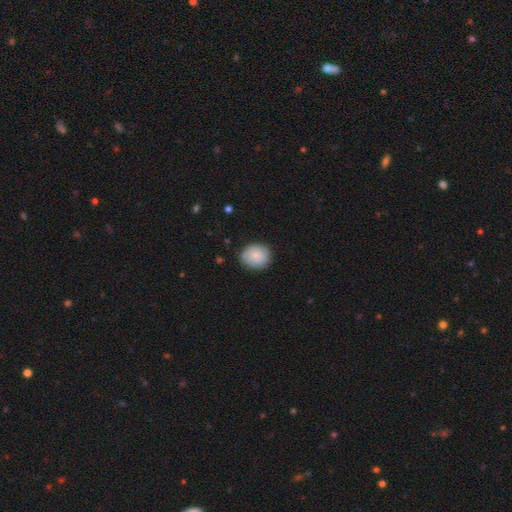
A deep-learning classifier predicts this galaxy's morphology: Smooth or featured? smooth (77%)
How rounded? round (73%)
Merging? none (83%)